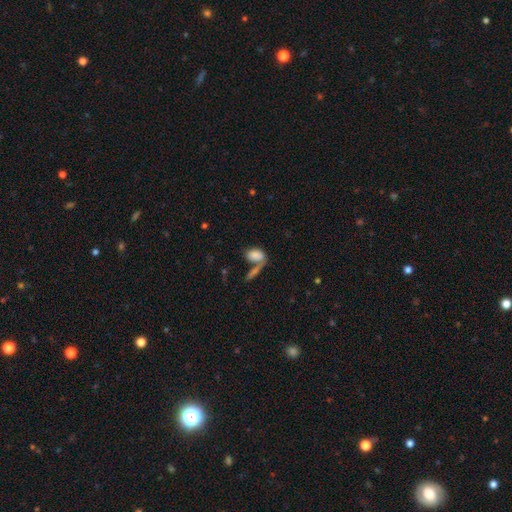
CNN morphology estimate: This is likely a smooth galaxy (79%). How rounded: clearly in between (87%). Merging: marginally merger (43%).